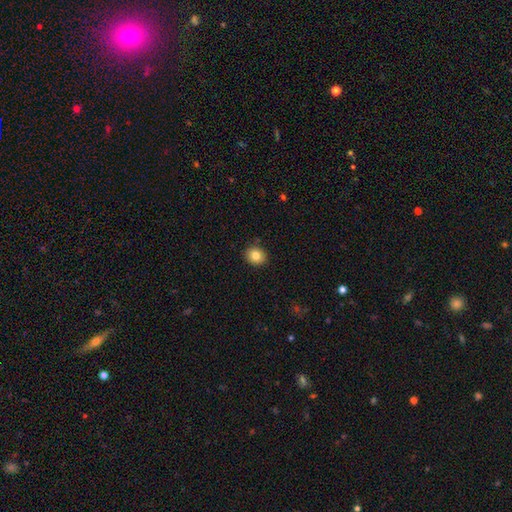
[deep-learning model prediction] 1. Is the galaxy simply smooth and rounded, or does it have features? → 82% smooth, 10% star or artifact, 9% featured or disk.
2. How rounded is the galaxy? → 78% round, 21% in between, 1% cigar-shaped.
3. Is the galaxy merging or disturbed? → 89% none, 8% minor disturbance, 2% major disturbance, 1% merger.